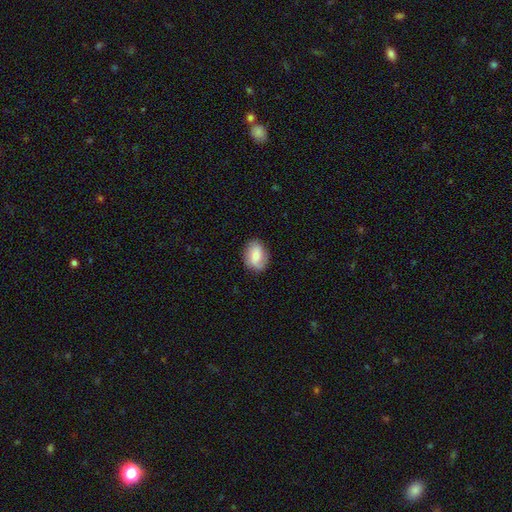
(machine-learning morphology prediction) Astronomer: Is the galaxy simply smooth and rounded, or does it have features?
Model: smooth — 66%.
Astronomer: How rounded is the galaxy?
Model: in between — 73%.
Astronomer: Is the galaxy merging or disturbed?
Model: none — 83%.